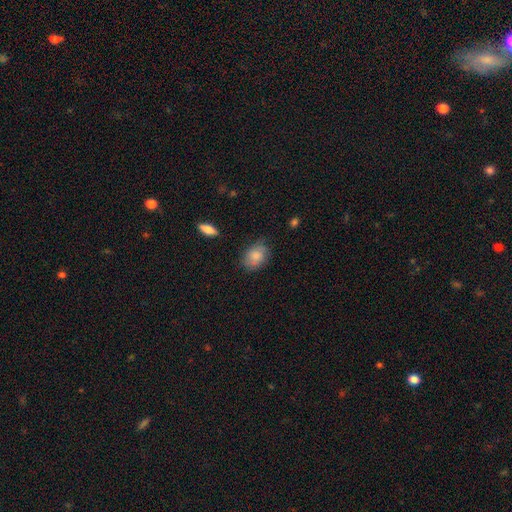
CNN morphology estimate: Smooth or featured?
  - smooth: 82% *
  - featured or disk: 11%
  - star or artifact: 7%
How rounded?
  - in between: 75% *
  - round: 24%
  - cigar-shaped: 1%
Merging?
  - none: 70% *
  - minor disturbance: 24%
  - major disturbance: 5%
  - merger: 2%